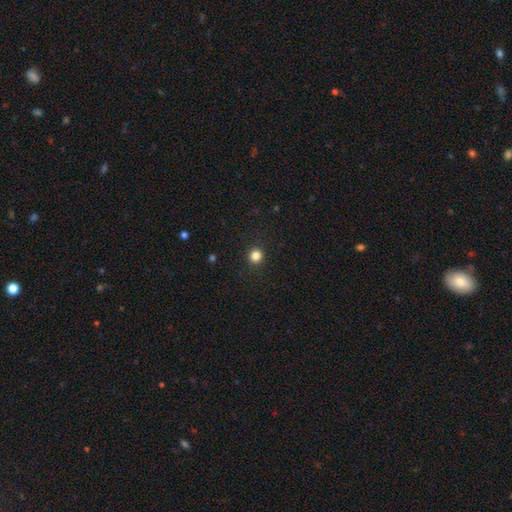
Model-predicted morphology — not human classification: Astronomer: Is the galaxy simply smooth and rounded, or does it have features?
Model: smooth — 83%.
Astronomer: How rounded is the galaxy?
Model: round — 94%.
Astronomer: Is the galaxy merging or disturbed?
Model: none — 92%.